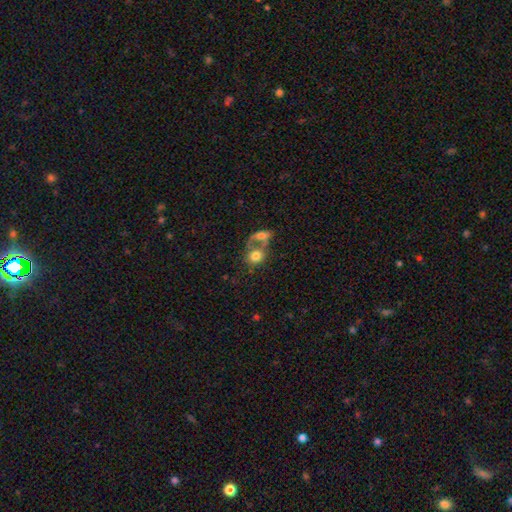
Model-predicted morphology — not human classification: type=smooth (73%); roundness=round (63%); merging=merger (60%).